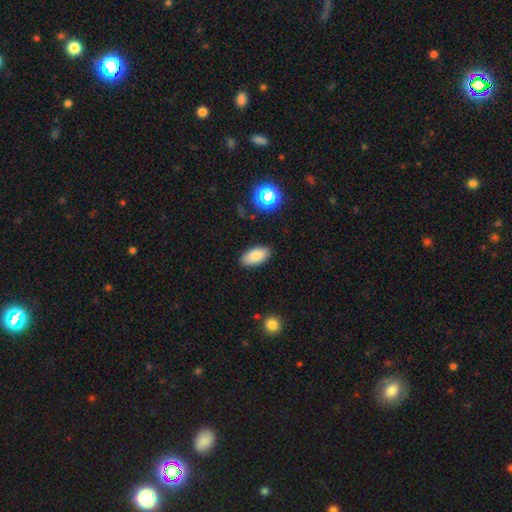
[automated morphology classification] Q: Smooth or featured?
A: smooth (85%); runner-up: star or artifact (9%)
Q: How rounded?
A: in between (92%); runner-up: cigar-shaped (5%)
Q: Merging?
A: none (87%); runner-up: minor disturbance (9%)